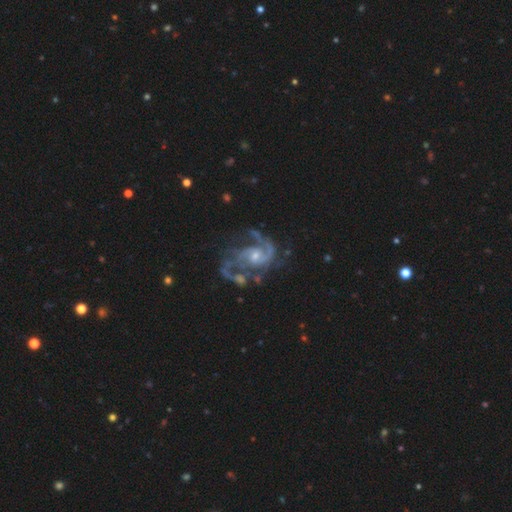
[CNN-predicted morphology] This appears to be a featured or disk galaxy (91%) with no bar (54%), 2 (71%) medium (56%) spiral arms (98%) and a small central bulge (56%). Merging: none (54%).